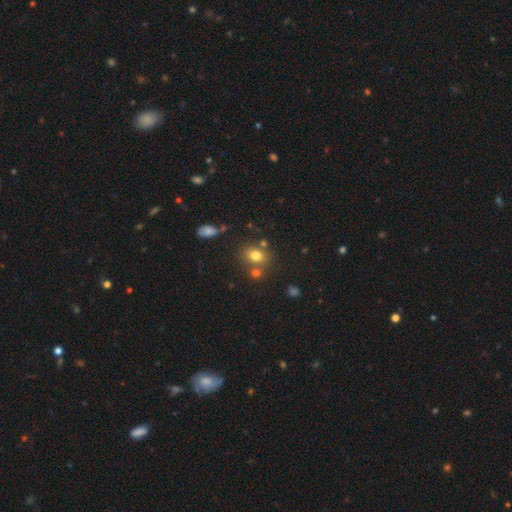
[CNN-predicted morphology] Smooth or featured? Predicted: smooth (p=0.76). How rounded? Predicted: round (p=0.50). Merging? Predicted: none (p=0.67).